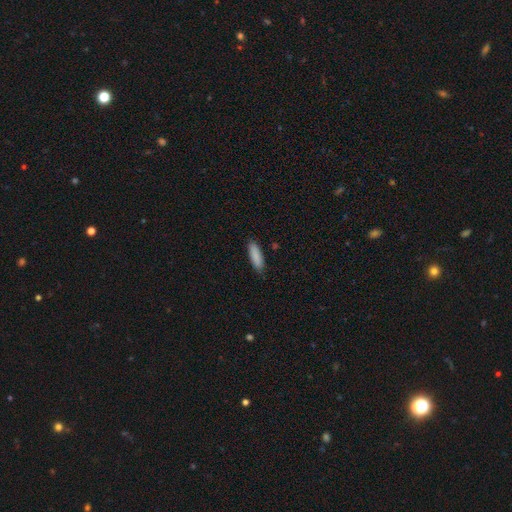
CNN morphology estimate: type=smooth (89%); roundness=cigar-shaped (52%); merging=none (86%).